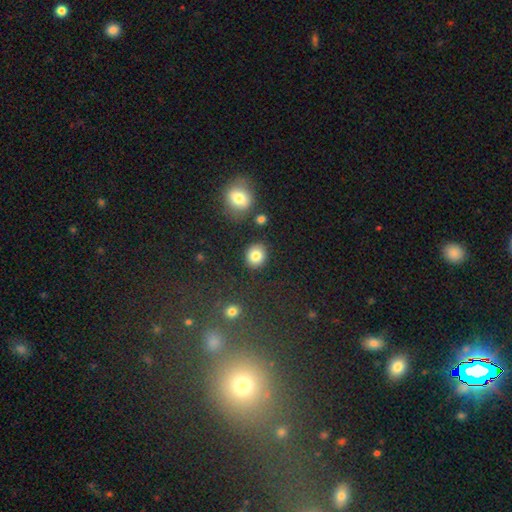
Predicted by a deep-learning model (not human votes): Smooth or featured: smooth — 84% (star or artifact — 10%)
How rounded: round — 75% (in between — 24%)
Merging: none — 85% (minor disturbance — 8%)